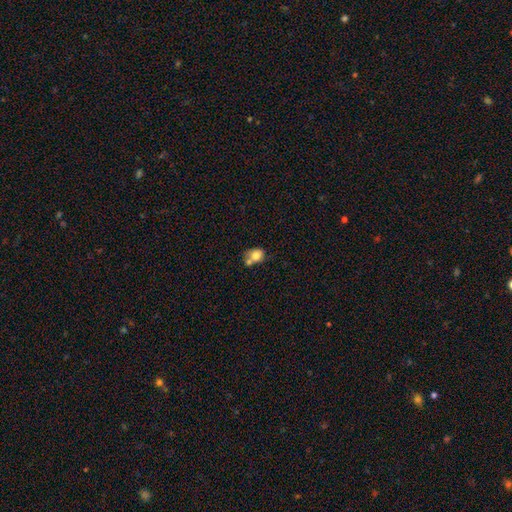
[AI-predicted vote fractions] A smooth galaxy with no disk features (76%) that is round (54%). Merging: merger (41%).